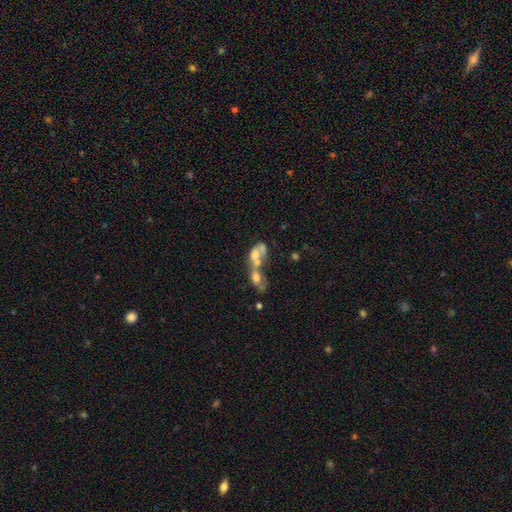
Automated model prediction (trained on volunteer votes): Smooth or featured: smooth — 46% (featured or disk — 41%)
Merging: merger — 74% (major disturbance — 10%)